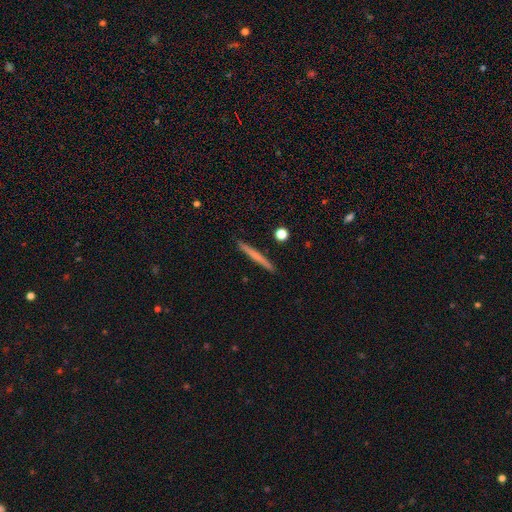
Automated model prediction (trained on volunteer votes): smooth 58%, featured or disk 36%, star or artifact 6%. Down the decision tree: how rounded — cigar-shaped (96%); merging — none (92%).